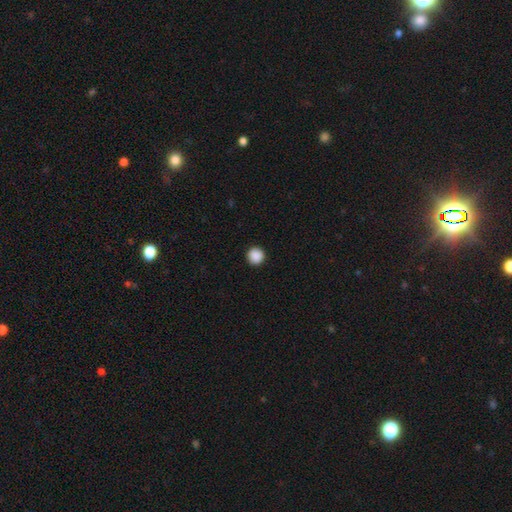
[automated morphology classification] Overall: smooth (89%). How rounded: round (95%). Merging: none (93%).